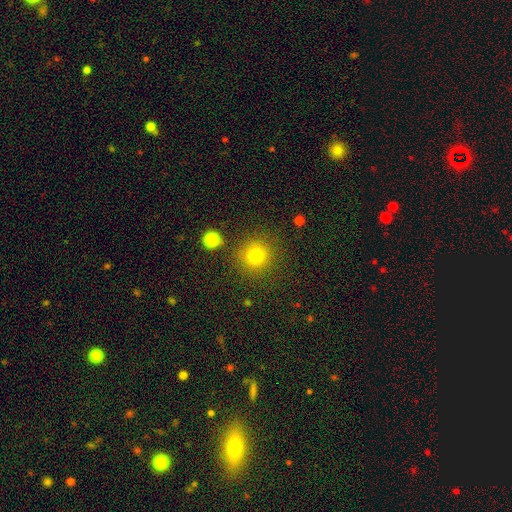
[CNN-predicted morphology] Smooth or featured: smooth — 78% (star or artifact — 15%)
How rounded: round — 93% (in between — 6%)
Merging: none — 86% (minor disturbance — 7%)